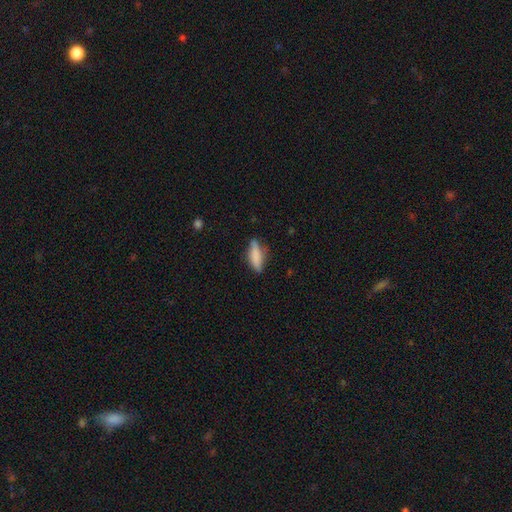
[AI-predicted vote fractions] Smooth or featured? smooth (73%)
How rounded? cigar-shaped (51%)
Merging? none (72%)